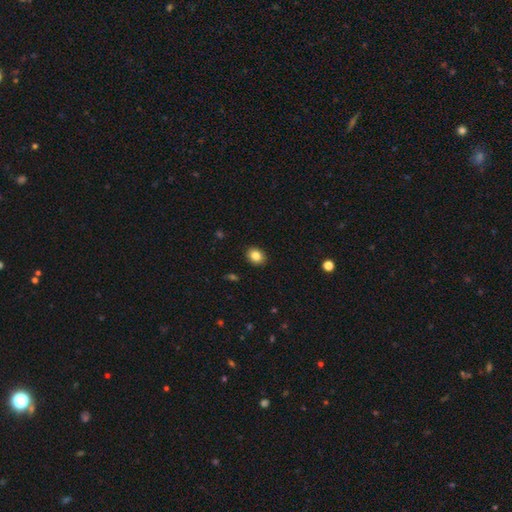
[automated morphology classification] Smooth or featured? smooth (84%)
How rounded? in between (60%)
Merging? none (90%)